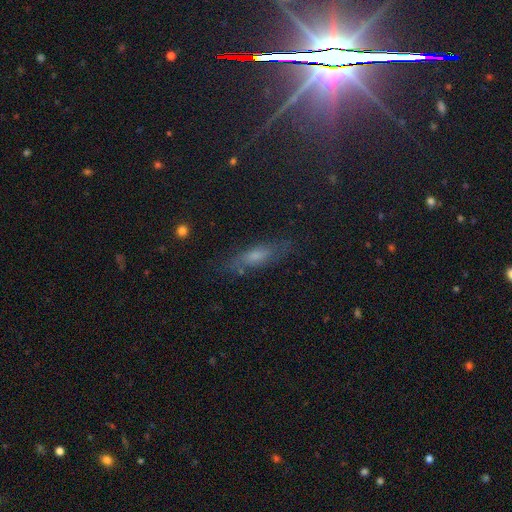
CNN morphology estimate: The model was most divided on "smooth or featured": smooth: 45%, featured or disk: 34%, star or artifact: 21%. More confident: merging — none (78%).